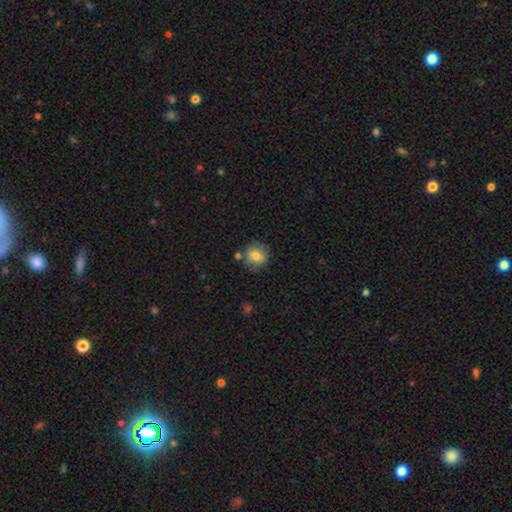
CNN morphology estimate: Smooth or featured? Predicted: smooth (p=0.81). How rounded? Predicted: round (p=0.87). Merging? Predicted: none (p=0.78).